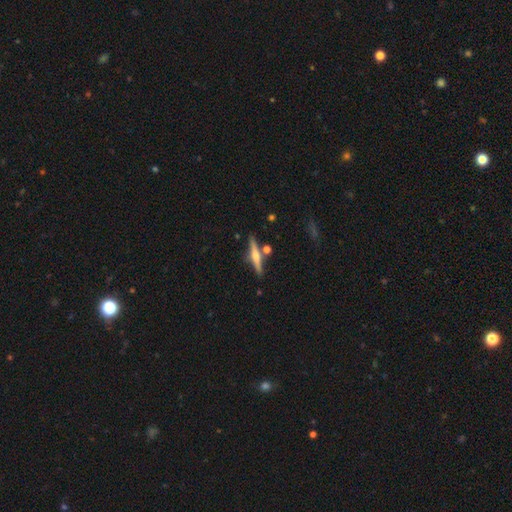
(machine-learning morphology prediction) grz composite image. It shows a featured or disk galaxy (66%) viewed edge-on (97%) with a rounded central bulge (88%). Merging: none (82%).